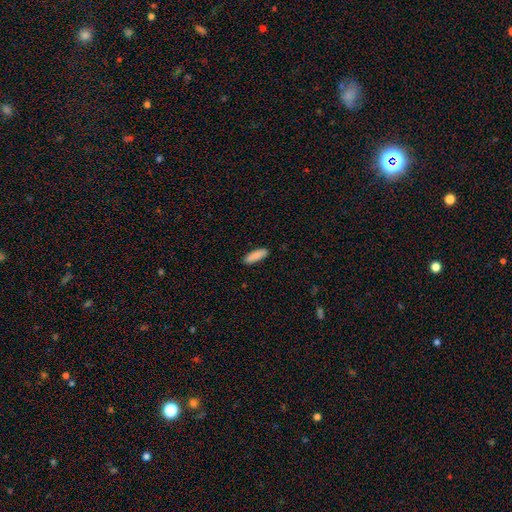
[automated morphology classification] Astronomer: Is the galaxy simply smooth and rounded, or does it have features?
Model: smooth — 89%.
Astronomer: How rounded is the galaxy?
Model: cigar-shaped — 53% (runner-up: in between, 46%).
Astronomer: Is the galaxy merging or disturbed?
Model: none — 89%.